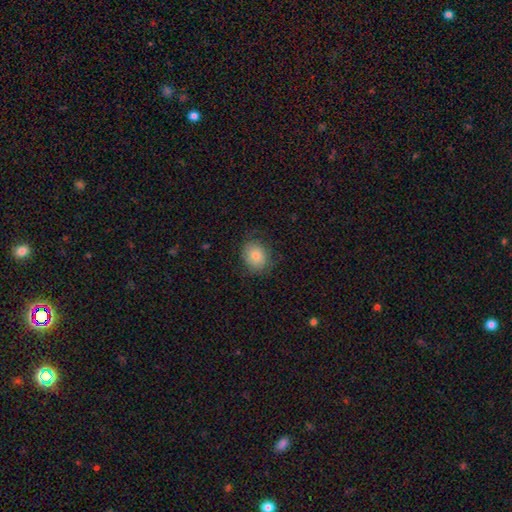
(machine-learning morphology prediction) smooth-or-featured: smooth: 79% | featured or disk: 12% | star or artifact: 9%
  how-rounded: round: 60% | in between: 39% | cigar-shaped: 1%
  merging: none: 78% | minor disturbance: 16% | major disturbance: 5% | merger: 1%